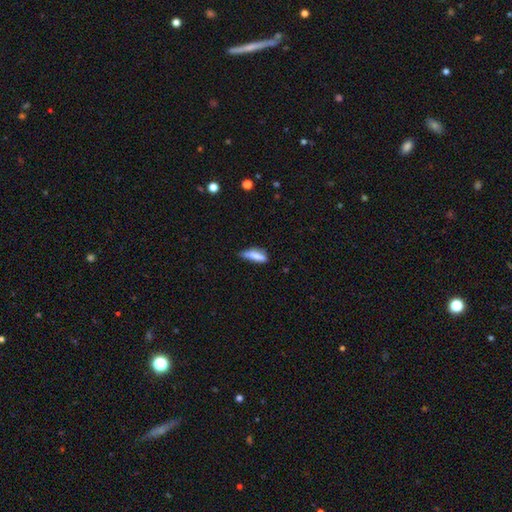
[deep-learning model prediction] Overall: smooth (78%). How rounded: in between (52%; cigar-shaped 45%). Merging: minor disturbance (42%; none 38%).